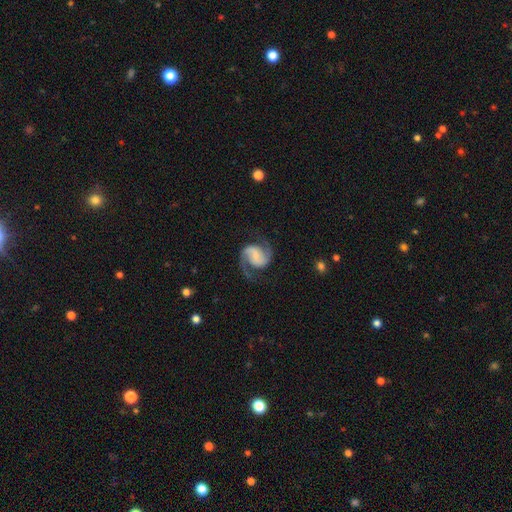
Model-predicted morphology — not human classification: smooth-or-featured: featured or disk: 90% | smooth: 6% | star or artifact: 5%
  disk-edge-on: no: 98% | yes: 2%
    bar: weak: 42% | no: 39% | strong: 20%
    has-spiral-arms: yes: 98% | no: 2%
      spiral-winding: medium: 57% | loose: 25% | tight: 18%
      spiral-arm-count: 2: 94% | can't tell: 2% | 1: 2% | 3: 1% | 4: 1% | more than 4: 1%
    bulge-size: small: 51% | moderate: 23% | none: 20% | large: 5% | dominant: 2%
  merging: none: 78% | minor disturbance: 13% | major disturbance: 8% | merger: 1%